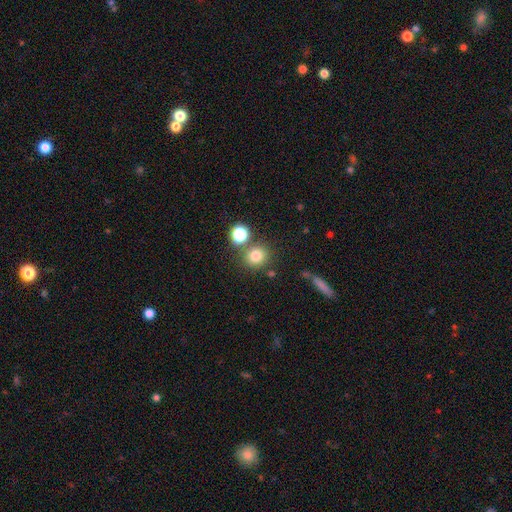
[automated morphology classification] type=smooth (78%); roundness=round (85%); merging=none (75%).